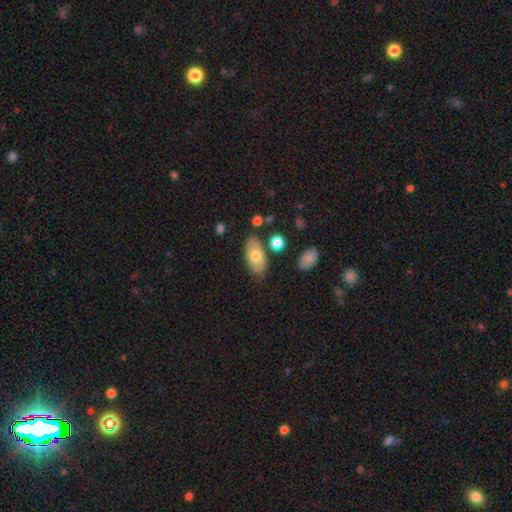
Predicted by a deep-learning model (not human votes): This appears to be a smooth galaxy with no disk features (70%) that is in between round and cigar-shaped (92%). Merging: none (76%).